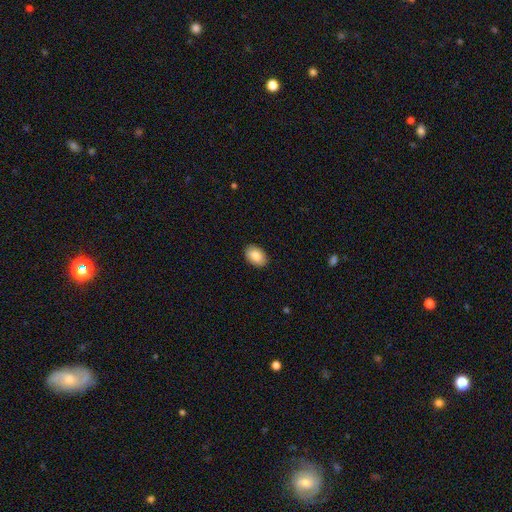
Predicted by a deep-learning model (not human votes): Overall: smooth (87%). How rounded: in between (84%). Merging: none (89%).